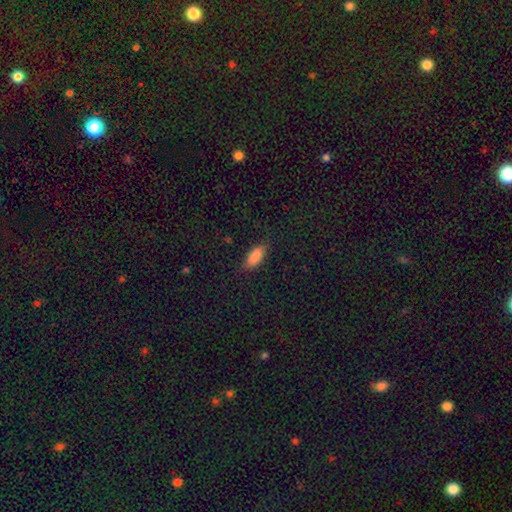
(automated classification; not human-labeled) Overall: smooth (86%). How rounded: in between (83%). Merging: none (83%).